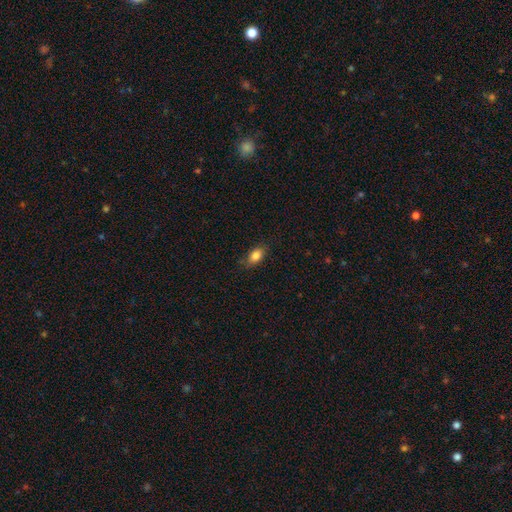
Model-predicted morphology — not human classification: A smooth galaxy with no disk features (84%) that is in between round and cigar-shaped (86%).

Vote fractions:
- Smooth or featured? smooth: 84% / star or artifact: 8% / featured or disk: 8%
- How rounded? in between: 86% / round: 10% / cigar-shaped: 4%
- Merging? none: 79% / minor disturbance: 16% / major disturbance: 4% / merger: 1%